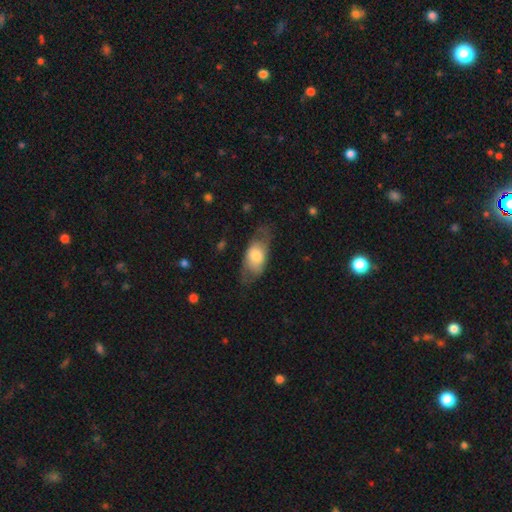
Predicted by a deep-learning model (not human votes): This appears to be a smooth galaxy with no disk features (60%) that is in between round and cigar-shaped (87%). Merging: none (61%).